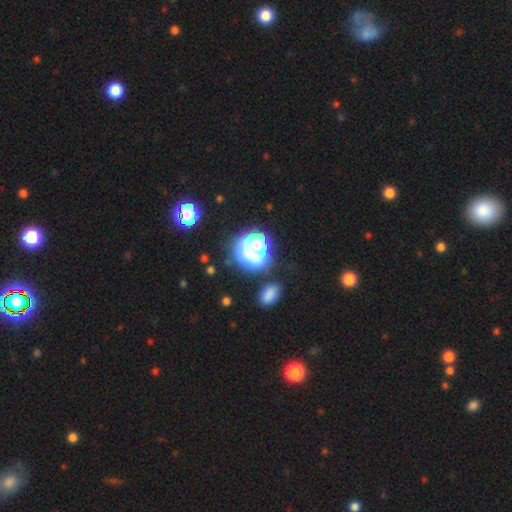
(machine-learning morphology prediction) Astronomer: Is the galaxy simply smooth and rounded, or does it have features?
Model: smooth — 50% (runner-up: featured or disk, 30%).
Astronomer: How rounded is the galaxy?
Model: round — 58% (runner-up: in between, 40%).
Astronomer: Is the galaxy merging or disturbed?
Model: none — 38% (runner-up: merger, 31%).